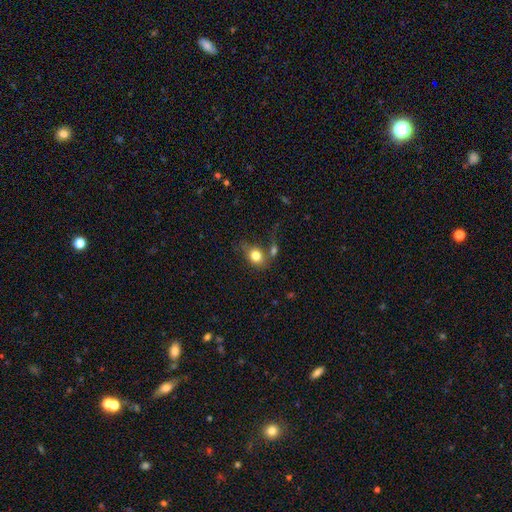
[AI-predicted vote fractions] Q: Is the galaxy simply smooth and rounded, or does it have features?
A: smooth — 80%.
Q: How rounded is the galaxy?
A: round — 49%, tied with in between.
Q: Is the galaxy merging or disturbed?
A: none — 48%.